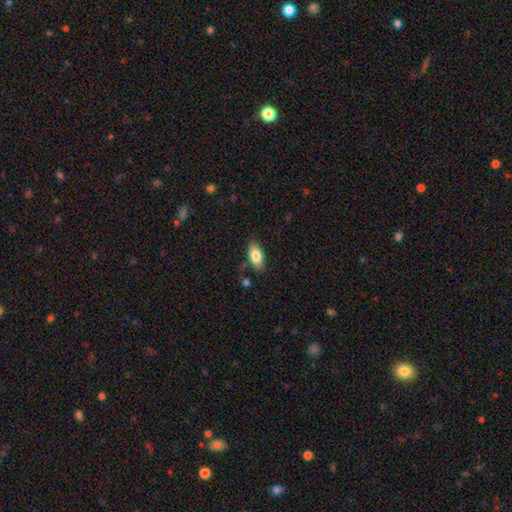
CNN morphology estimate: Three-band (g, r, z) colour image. It shows a smooth galaxy with no disk features (82%) that is in between round and cigar-shaped (90%). Merging: none (83%).